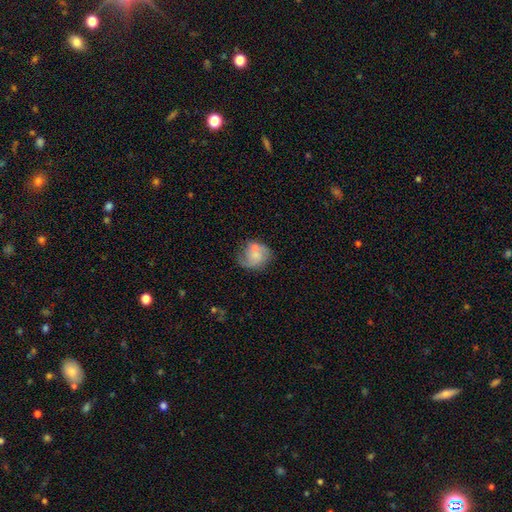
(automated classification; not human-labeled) A featured or disk galaxy (47%).

Vote fractions:
- Smooth or featured? featured or disk: 47% / smooth: 44% / star or artifact: 8%
- Merging? none: 42% / merger: 23% / minor disturbance: 22% / major disturbance: 13%